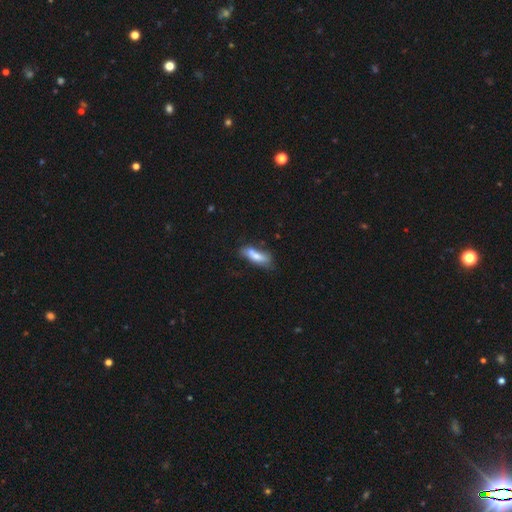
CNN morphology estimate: A smooth galaxy with no disk features (68%) that is in between round and cigar-shaped (50%). Merging: none (47%).